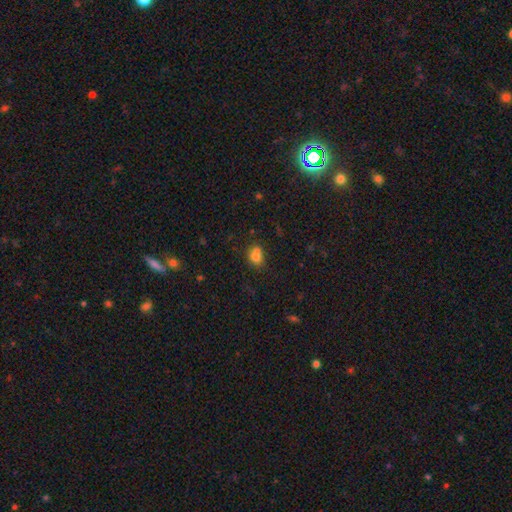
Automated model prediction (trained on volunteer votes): smooth-or-featured: smooth: 77% | star or artifact: 13% | featured or disk: 11%
  how-rounded: in between: 52% | round: 47% | cigar-shaped: 1%
  merging: none: 48% | merger: 27% | minor disturbance: 19% | major disturbance: 6%